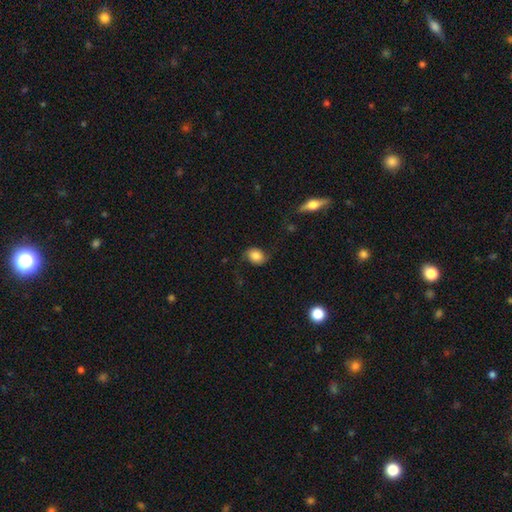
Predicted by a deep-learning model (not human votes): Smooth or featured: smooth — 60% (featured or disk — 31%)
How rounded: in between — 57% (round — 41%)
Merging: none — 67% (minor disturbance — 19%)